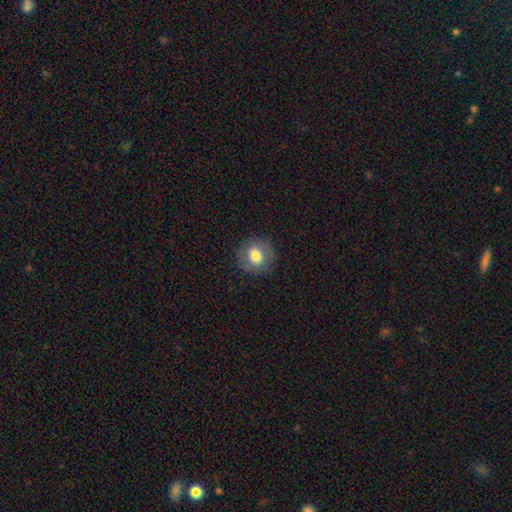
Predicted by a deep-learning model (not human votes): Smooth or featured?
  - smooth: 76% *
  - featured or disk: 16%
  - star or artifact: 9%
How rounded?
  - round: 83% *
  - in between: 16%
  - cigar-shaped: 1%
Merging?
  - none: 88% *
  - minor disturbance: 8%
  - major disturbance: 3%
  - merger: 1%